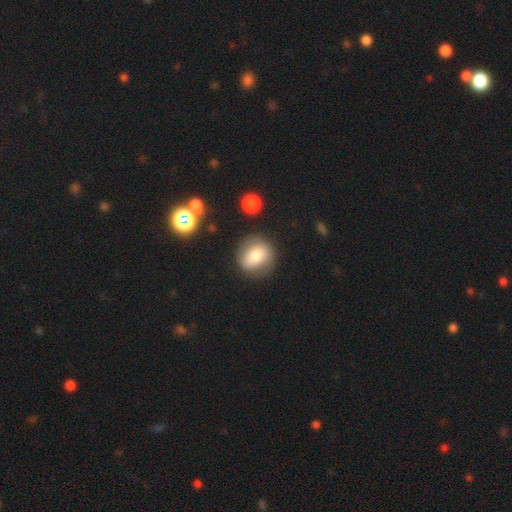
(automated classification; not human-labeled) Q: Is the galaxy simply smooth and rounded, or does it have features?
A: smooth — 69%.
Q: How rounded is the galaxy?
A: round — 79%.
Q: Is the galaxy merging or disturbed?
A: none — 77%.